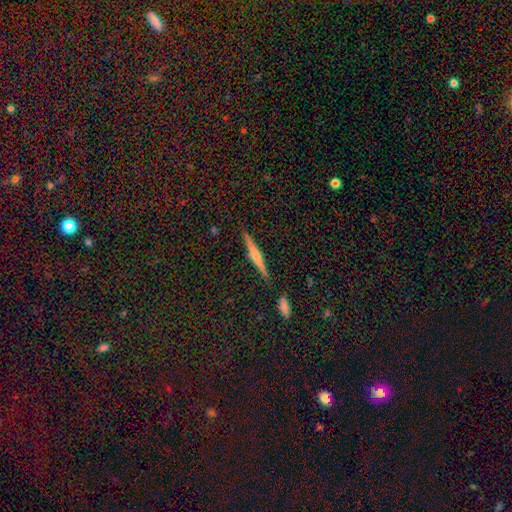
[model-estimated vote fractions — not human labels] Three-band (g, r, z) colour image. It shows a featured or disk galaxy (66%) viewed edge-on (97%) with a rounded central bulge (80%). Merging: none (89%).